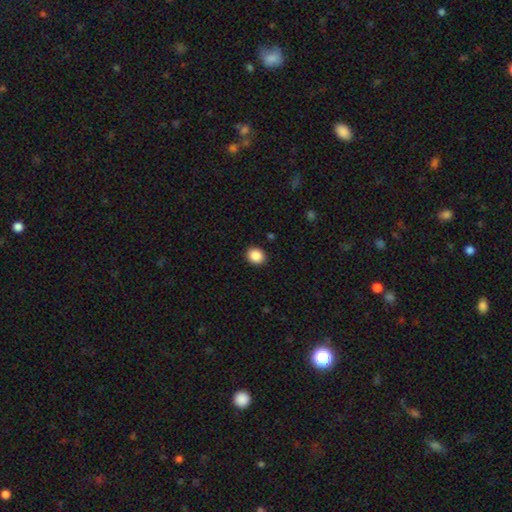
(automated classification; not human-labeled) This is clearly a smooth galaxy (88%). How rounded: likely round (71%). Merging: clearly none (91%).